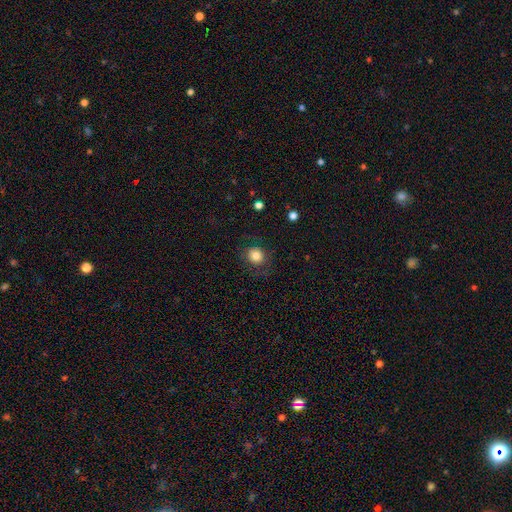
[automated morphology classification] Overall: smooth (81%). How rounded: round (85%). Merging: none (81%).